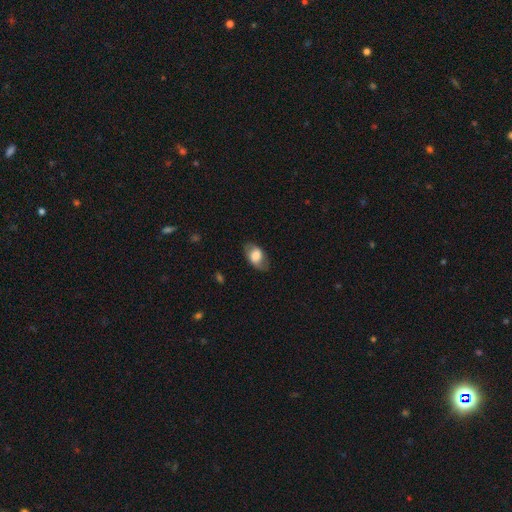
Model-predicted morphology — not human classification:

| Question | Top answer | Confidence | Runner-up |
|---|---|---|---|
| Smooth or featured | smooth | 64% | featured or disk (29%) |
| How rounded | in between | 89% | round (9%) |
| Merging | none | 74% | minor disturbance (18%) |